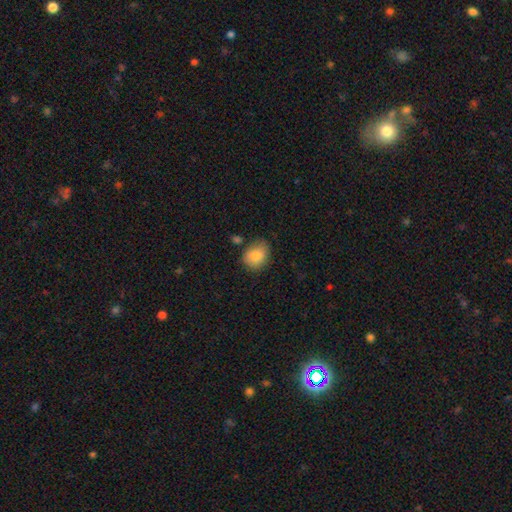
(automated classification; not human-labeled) This is clearly a smooth galaxy (84%). How rounded: possibly in between (51%). Merging: likely none (67%).